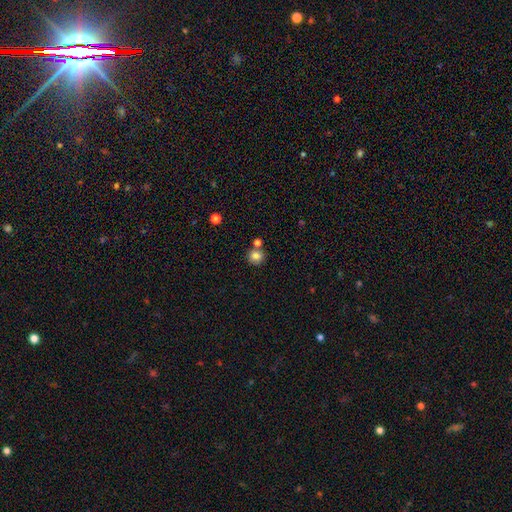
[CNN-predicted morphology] smooth_or_featured: smooth (p=0.82) [alt: star or artifact p=0.11]
how_rounded: round (p=0.90) [alt: in between p=0.09]
merging: none (p=0.71) [alt: merger p=0.17]